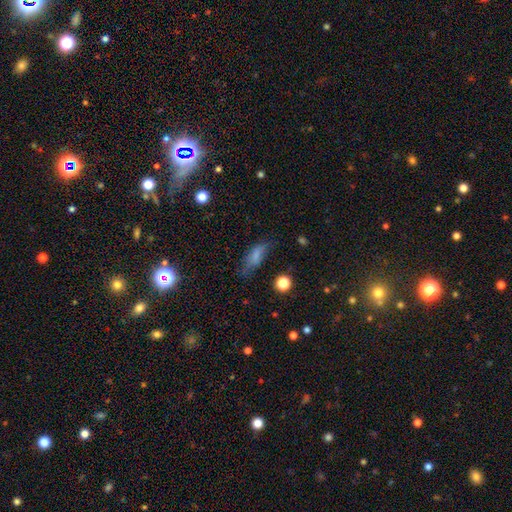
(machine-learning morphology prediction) Overall: smooth (73%). How rounded: in between (70%). Merging: none (54%; minor disturbance 30%).